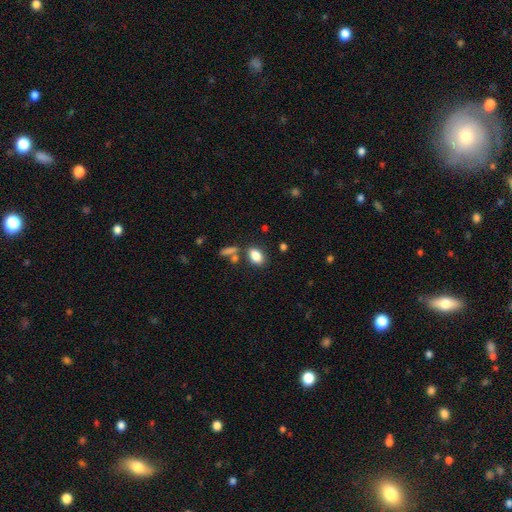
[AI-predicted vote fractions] Morphology: type=smooth (84%); roundness=in between (85%); merging=none (72%).